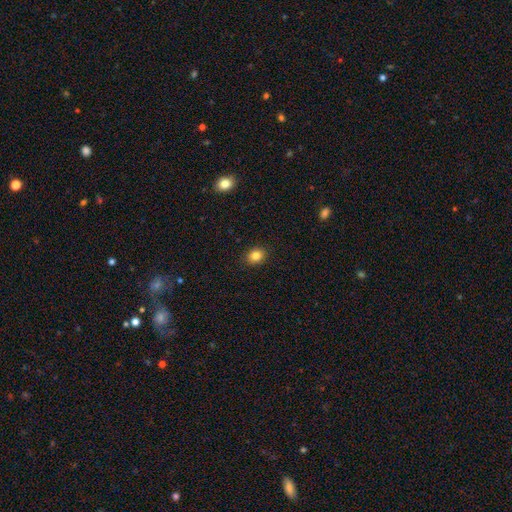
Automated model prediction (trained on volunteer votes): This appears to be a smooth galaxy with no disk features (83%) that is round (63%). Merging: none (90%).